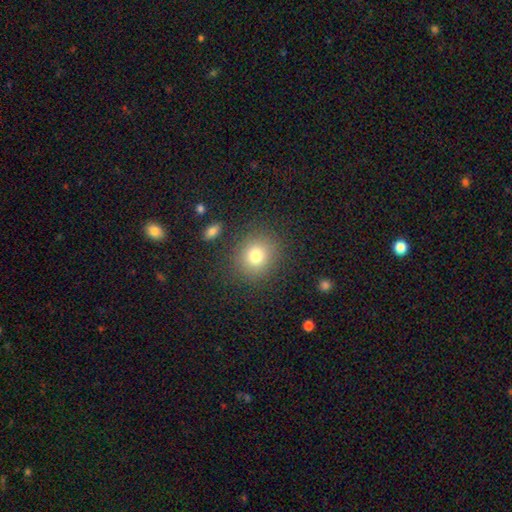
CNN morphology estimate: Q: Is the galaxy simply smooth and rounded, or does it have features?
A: smooth — 77%.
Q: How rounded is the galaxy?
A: round — 78%.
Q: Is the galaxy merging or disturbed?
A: none — 85%.